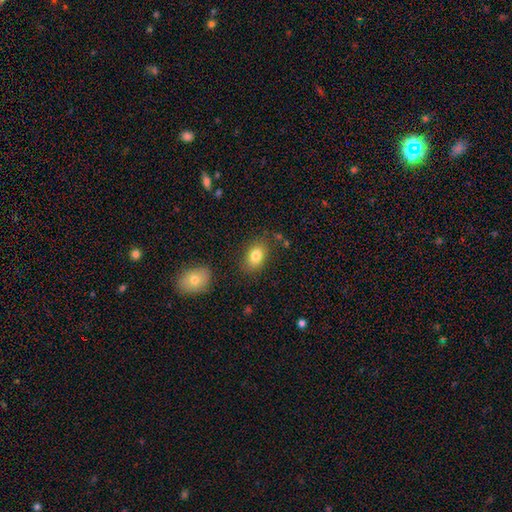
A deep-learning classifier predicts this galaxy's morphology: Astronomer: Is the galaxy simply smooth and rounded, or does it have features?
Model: smooth — 81%.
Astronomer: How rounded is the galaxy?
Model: in between — 81%.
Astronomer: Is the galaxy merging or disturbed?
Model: none — 80%.